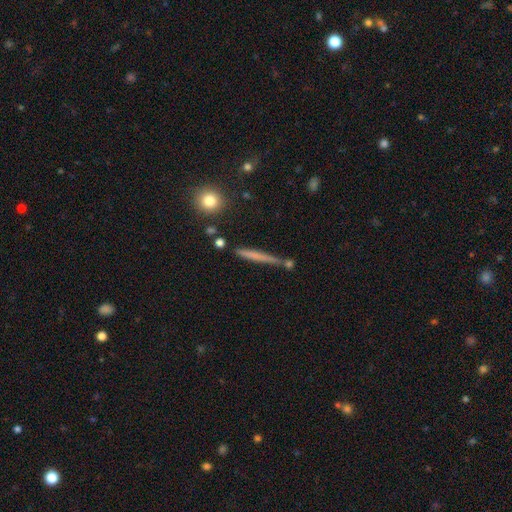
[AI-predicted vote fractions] Overall: smooth (55%; featured or disk 36%). How rounded: cigar-shaped (94%). Merging: none (75%).